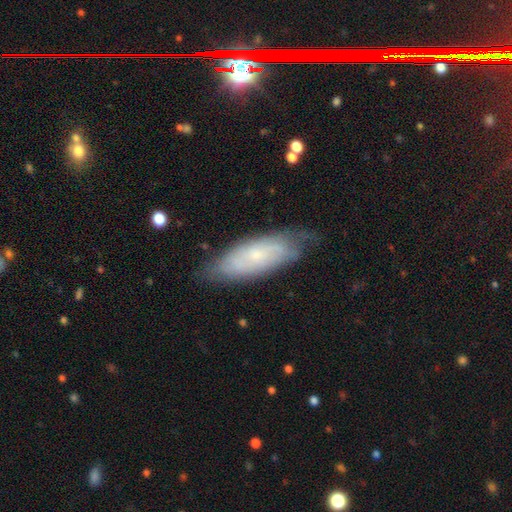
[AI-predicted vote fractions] featured or disk 50%, smooth 43%, star or artifact 7%. Down the decision tree: merging — none (68%).